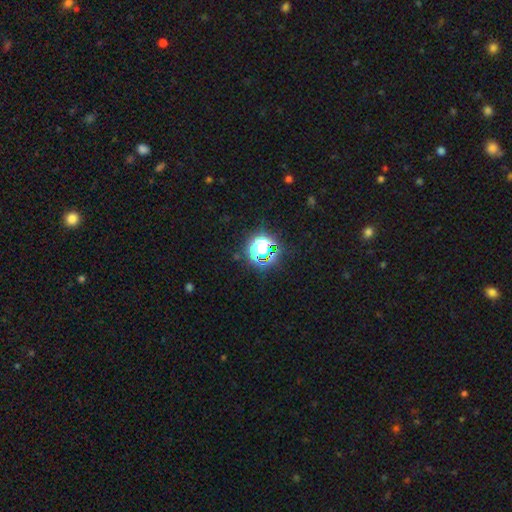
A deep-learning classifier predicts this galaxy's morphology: star or artifact 78%, smooth 15%, featured or disk 7%.